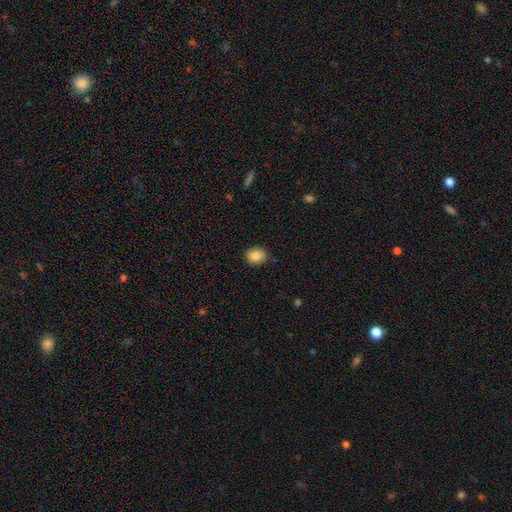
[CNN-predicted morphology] Smooth or featured? Predicted: smooth (p=0.86). How rounded? Predicted: round (p=0.62). Merging? Predicted: none (p=0.89).